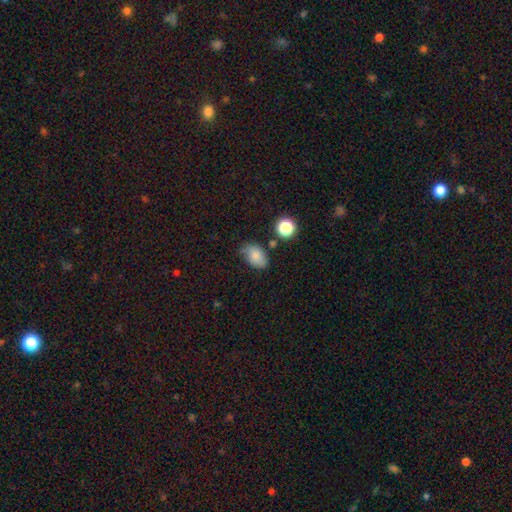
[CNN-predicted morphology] A smooth galaxy with no disk features (75%) that is in between round and cigar-shaped (85%).

Vote fractions:
- Smooth or featured? smooth: 75% / featured or disk: 14% / star or artifact: 11%
- How rounded? in between: 85% / round: 14% / cigar-shaped: 1%
- Merging? none: 63% / minor disturbance: 27% / major disturbance: 6% / merger: 4%